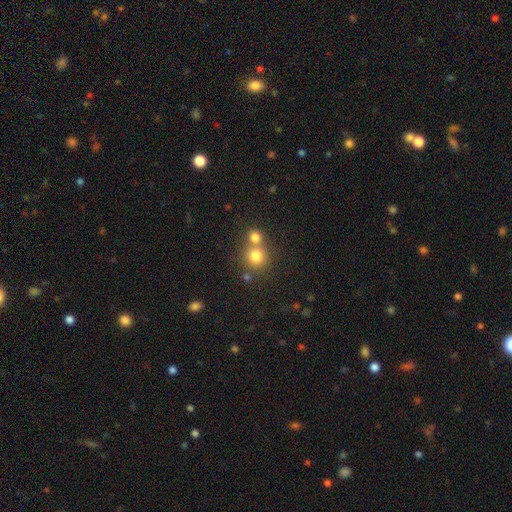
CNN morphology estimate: type=smooth (78%); roundness=round (90%); merging=none (53%).